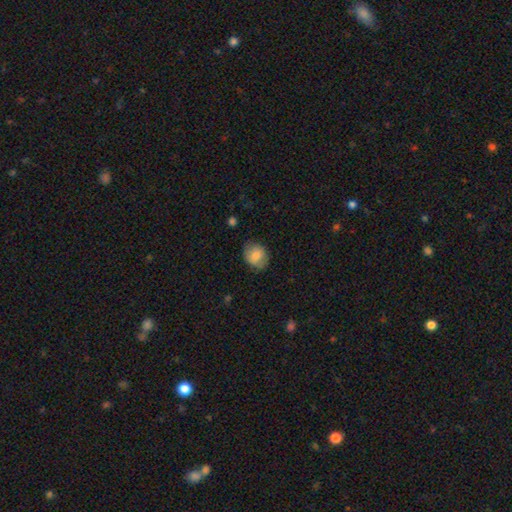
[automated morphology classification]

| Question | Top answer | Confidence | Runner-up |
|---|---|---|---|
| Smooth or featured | smooth | 79% | featured or disk (14%) |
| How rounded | round | 61% | in between (38%) |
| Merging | none | 76% | minor disturbance (18%) |